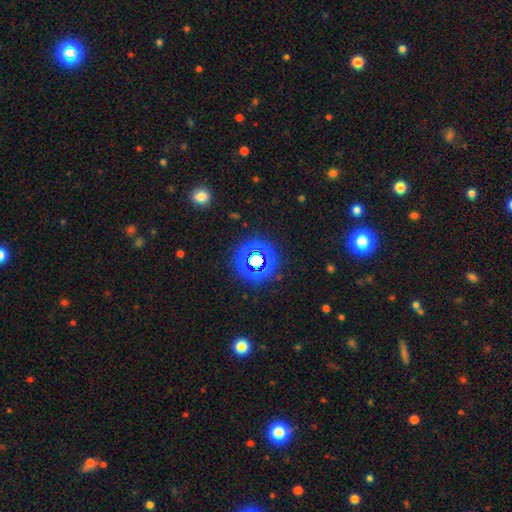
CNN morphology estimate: type=star or artifact (70%).